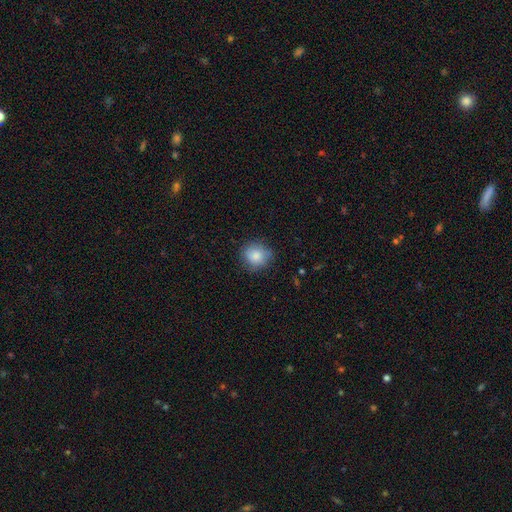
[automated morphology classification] smooth_or_featured: smooth (p=0.83) [alt: featured or disk p=0.09]
how_rounded: round (p=0.82) [alt: in between p=0.17]
merging: none (p=0.79) [alt: minor disturbance p=0.16]